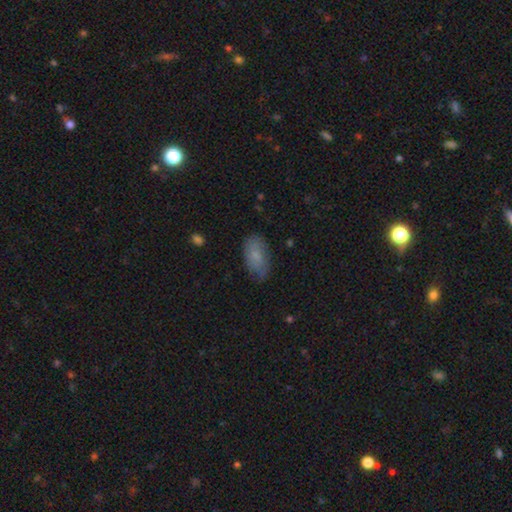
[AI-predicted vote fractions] Q: Smooth or featured?
A: smooth (75%); runner-up: featured or disk (17%)
Q: How rounded?
A: in between (92%); runner-up: cigar-shaped (5%)
Q: Merging?
A: none (71%); runner-up: minor disturbance (23%)